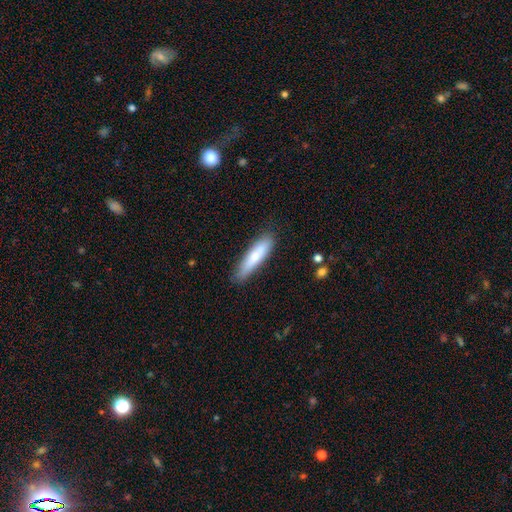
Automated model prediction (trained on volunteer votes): smooth-or-featured: smooth: 73% | featured or disk: 21% | star or artifact: 6%
  how-rounded: cigar-shaped: 79% | in between: 19% | round: 1%
  merging: none: 81% | minor disturbance: 14% | major disturbance: 3% | merger: 2%